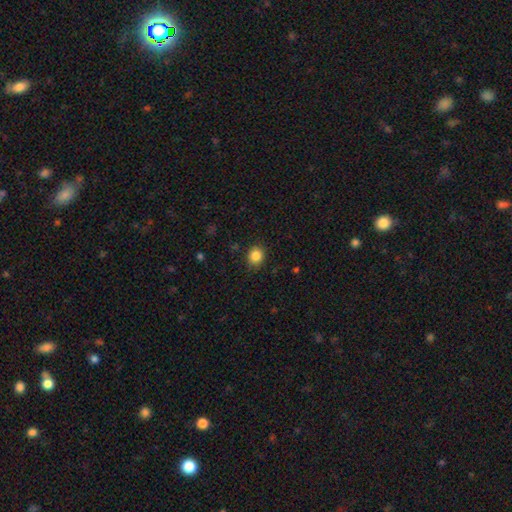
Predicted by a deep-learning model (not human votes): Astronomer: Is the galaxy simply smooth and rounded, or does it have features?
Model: smooth — 85%.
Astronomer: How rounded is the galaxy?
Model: round — 74%.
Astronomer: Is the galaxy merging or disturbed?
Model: none — 86%.